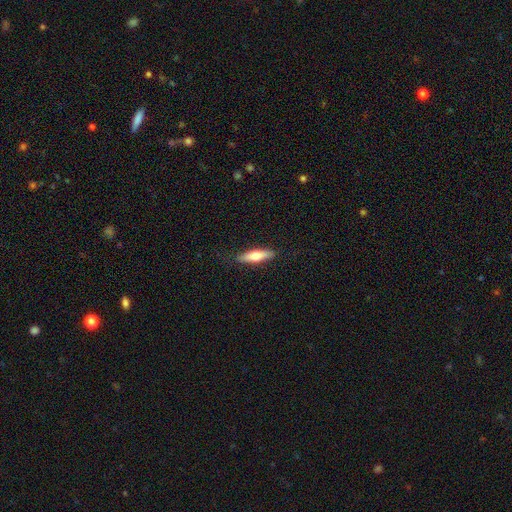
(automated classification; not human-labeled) Smooth or featured: smooth — 65% (featured or disk — 30%)
How rounded: cigar-shaped — 64% (in between — 34%)
Merging: none — 86% (minor disturbance — 11%)